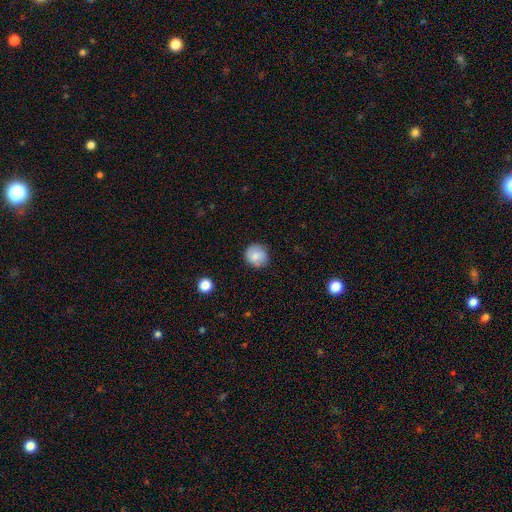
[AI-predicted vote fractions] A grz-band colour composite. It shows a smooth galaxy with no disk features (82%) that is round (90%). Merging: none (85%).